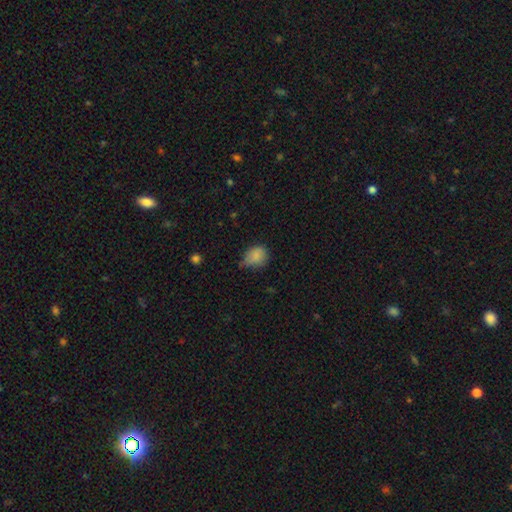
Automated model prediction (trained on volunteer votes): This appears to be a smooth galaxy with no disk features (82%) that is in between round and cigar-shaped (51%). Merging: minor disturbance (43%, tied with none).